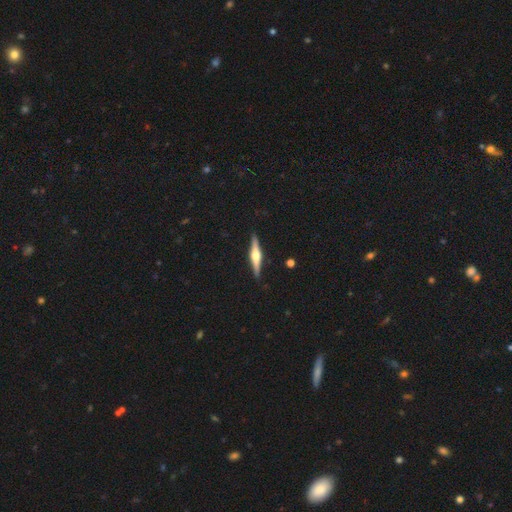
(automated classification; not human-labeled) Smooth or featured? Predicted: featured or disk (p=0.76). Edge-on disk? Predicted: yes (p=0.98). Edge-on bulge? Predicted: rounded (p=0.91). Merging? Predicted: none (p=0.91).